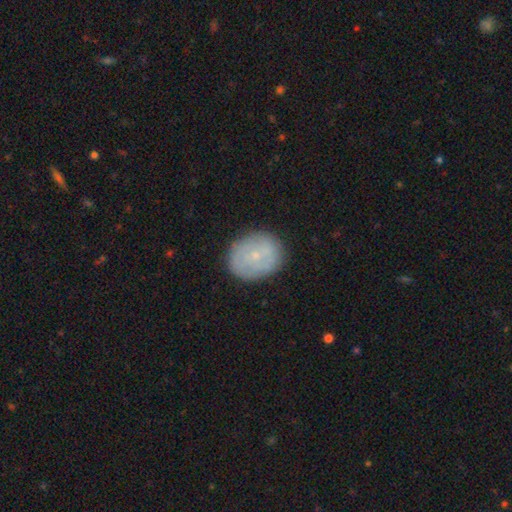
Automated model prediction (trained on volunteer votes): smooth_or_featured: smooth (p=0.55) [alt: featured or disk p=0.37]
how_rounded: round (p=0.56) [alt: in between p=0.43]
merging: none (p=0.84) [alt: minor disturbance p=0.12]